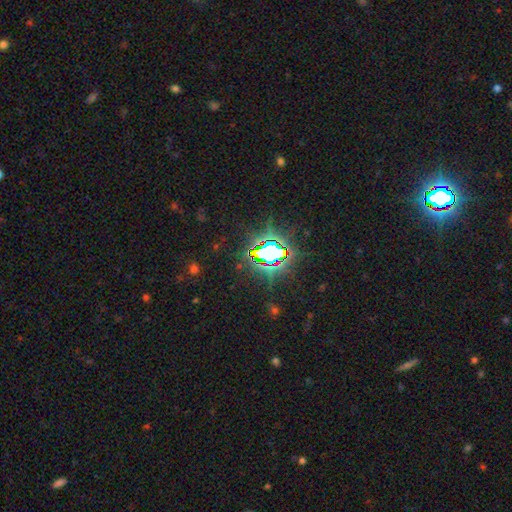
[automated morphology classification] smooth-or-featured: star or artifact: 83% | smooth: 10% | featured or disk: 7%